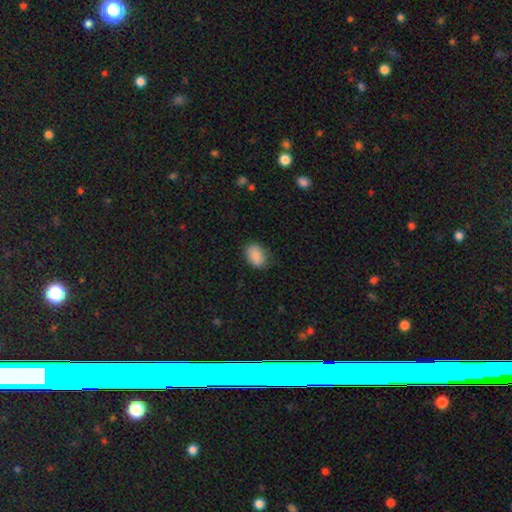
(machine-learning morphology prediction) smooth-or-featured: smooth: 89% | star or artifact: 7% | featured or disk: 4%
  how-rounded: in between: 83% | round: 16% | cigar-shaped: 1%
  merging: none: 80% | minor disturbance: 16% | major disturbance: 3% | merger: 1%